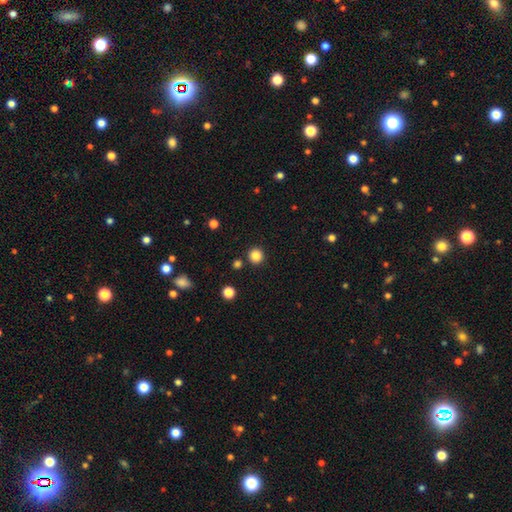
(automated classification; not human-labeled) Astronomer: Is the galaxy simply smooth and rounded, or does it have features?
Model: smooth — 85%.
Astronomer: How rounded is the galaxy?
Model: round — 95%.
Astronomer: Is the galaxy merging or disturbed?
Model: none — 90%.